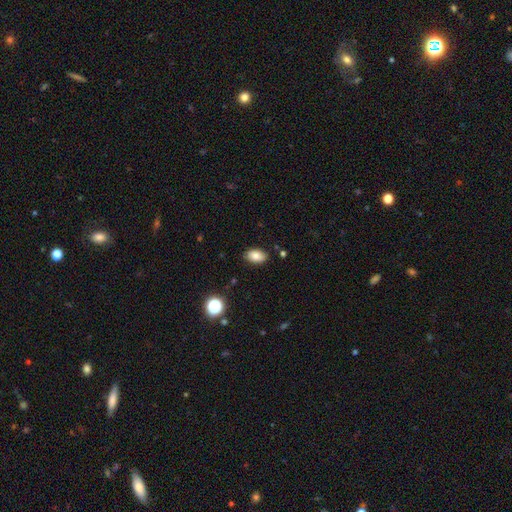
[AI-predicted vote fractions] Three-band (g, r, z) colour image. It shows a smooth galaxy with no disk features (81%) that is in between round and cigar-shaped (89%). Merging: none (86%).